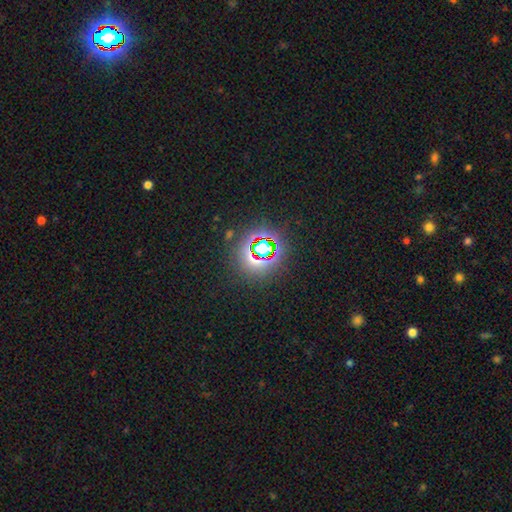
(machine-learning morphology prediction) Smooth or featured? star or artifact (71%)